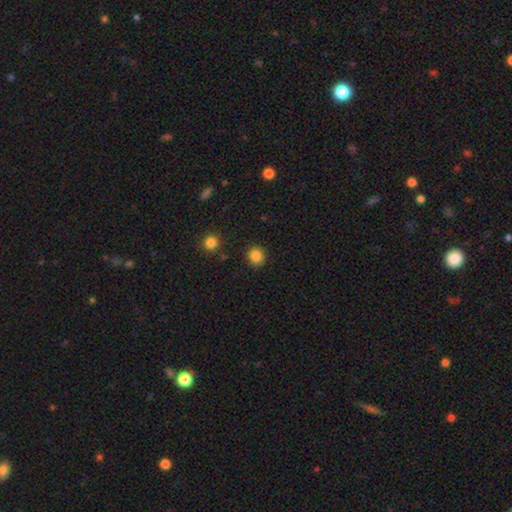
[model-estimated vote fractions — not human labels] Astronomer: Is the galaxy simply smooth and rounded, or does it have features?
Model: smooth — 85%.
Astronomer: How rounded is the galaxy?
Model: round — 86%.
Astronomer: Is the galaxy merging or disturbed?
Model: none — 89%.